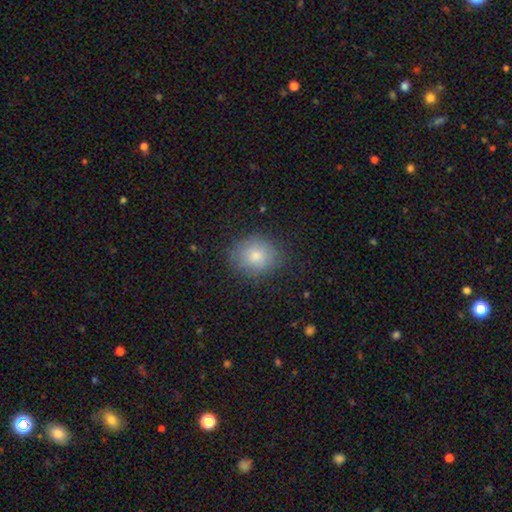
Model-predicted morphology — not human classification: Smooth or featured?
  - smooth: 78% *
  - featured or disk: 12%
  - star or artifact: 10%
How rounded?
  - round: 63% *
  - in between: 36%
  - cigar-shaped: 1%
Merging?
  - none: 80% *
  - minor disturbance: 15%
  - major disturbance: 4%
  - merger: 1%